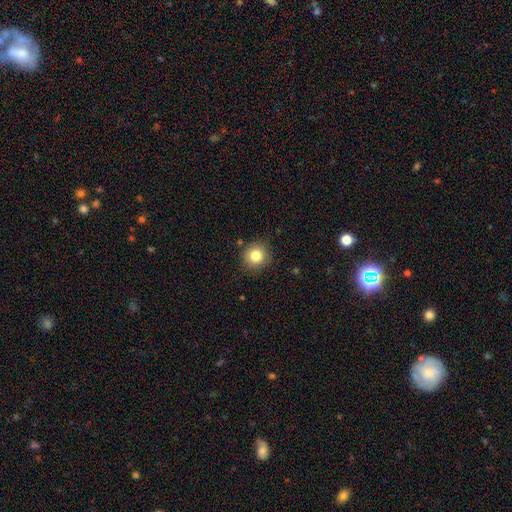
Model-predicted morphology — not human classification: A smooth galaxy with no disk features (81%) that is round (91%).

Vote fractions:
- Smooth or featured? smooth: 81% / star or artifact: 11% / featured or disk: 8%
- How rounded? round: 91% / in between: 8% / cigar-shaped: 1%
- Merging? none: 87% / minor disturbance: 9% / major disturbance: 2% / merger: 2%